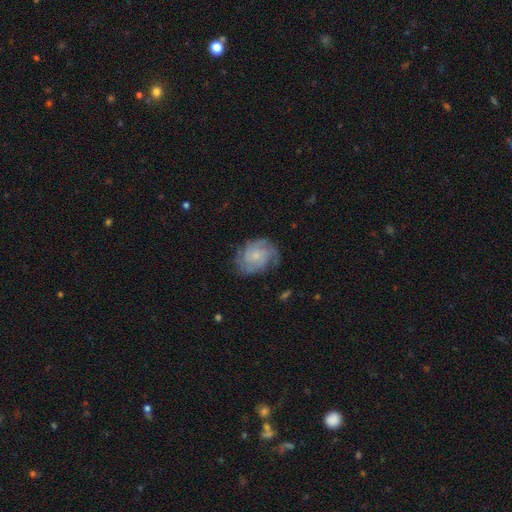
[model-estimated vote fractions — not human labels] A featured or disk galaxy (77%) with no bar (74%), tight (57%) spiral arms (94%) and a small central bulge (65%).

Vote fractions:
- Smooth or featured? featured or disk: 77% / smooth: 17% / star or artifact: 6%
- Edge-on disk? no: 98% / yes: 2%
- Bar? no: 74% / weak: 23% / strong: 3%
- Spiral arms? yes: 94% / no: 6%
- Spiral winding? tight: 57% / medium: 34% / loose: 9%
- Spiral arm count? can't tell: 29% / 2: 25% / 3: 24% / 4: 10% / 1: 6% / more than 4: 6%
- Bulge size? small: 65% / moderate: 22% / none: 9% / large: 2% / dominant: 1%
- Merging? none: 70% / minor disturbance: 21% / major disturbance: 8% / merger: 1%